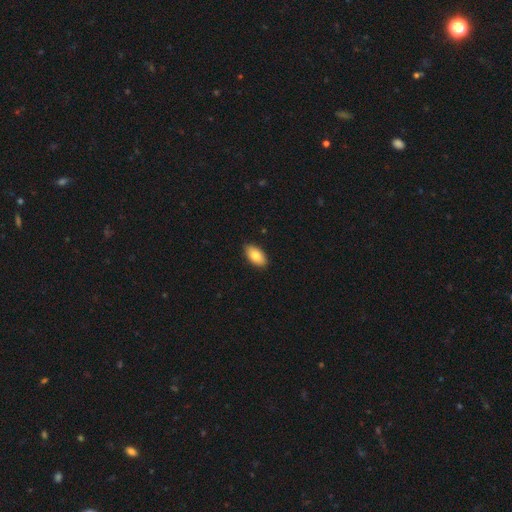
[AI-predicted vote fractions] Smooth or featured?
  - smooth: 82% *
  - featured or disk: 11%
  - star or artifact: 7%
How rounded?
  - in between: 94% *
  - round: 3%
  - cigar-shaped: 3%
Merging?
  - none: 87% *
  - minor disturbance: 11%
  - major disturbance: 2%
  - merger: 1%